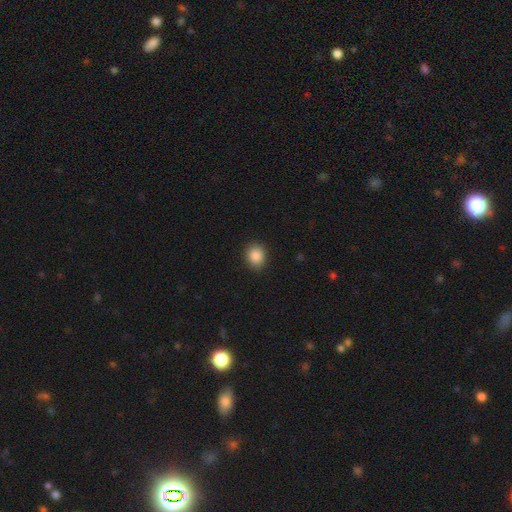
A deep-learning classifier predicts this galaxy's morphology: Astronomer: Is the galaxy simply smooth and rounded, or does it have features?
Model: smooth — 87%.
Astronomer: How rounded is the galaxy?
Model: round — 67%.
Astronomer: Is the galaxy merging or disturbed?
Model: none — 89%.